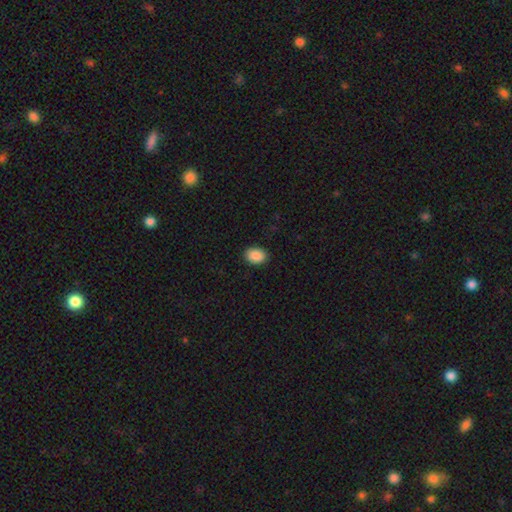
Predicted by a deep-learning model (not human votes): Smooth or featured: smooth — 90% (star or artifact — 8%)
How rounded: in between — 76% (round — 23%)
Merging: none — 90% (minor disturbance — 7%)